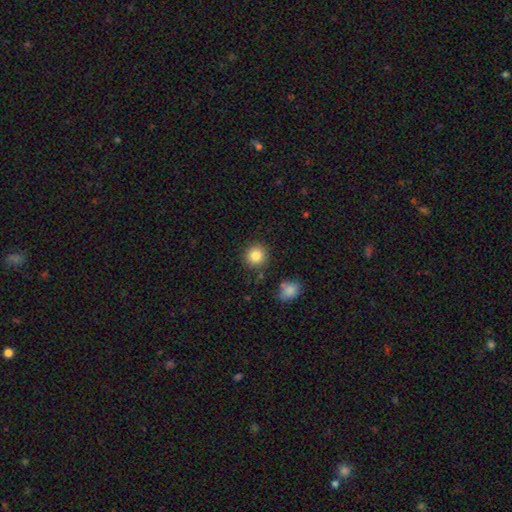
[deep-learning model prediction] Smooth or featured: smooth — 85% (star or artifact — 10%)
How rounded: round — 90% (in between — 9%)
Merging: none — 86% (minor disturbance — 9%)